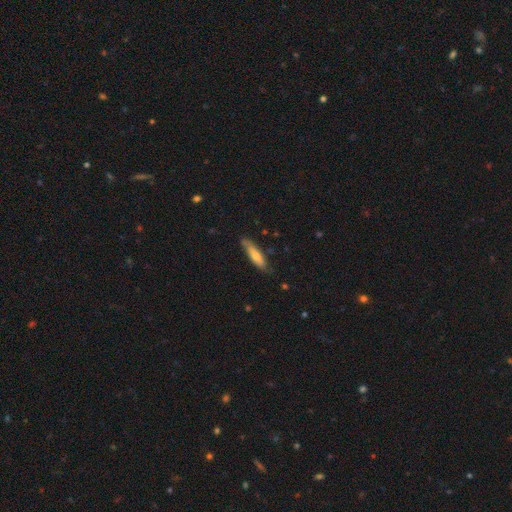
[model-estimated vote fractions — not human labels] smooth-or-featured: smooth: 64% | featured or disk: 31% | star or artifact: 6%
  how-rounded: cigar-shaped: 75% | in between: 24% | round: 2%
  merging: none: 74% | minor disturbance: 21% | major disturbance: 4% | merger: 2%